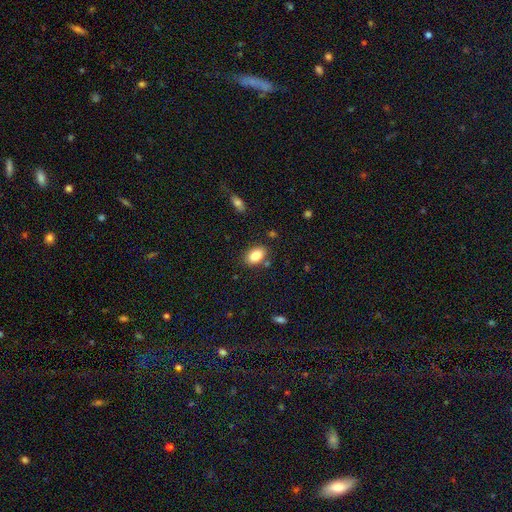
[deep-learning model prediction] Overall: smooth (86%). How rounded: in between (87%). Merging: none (82%).